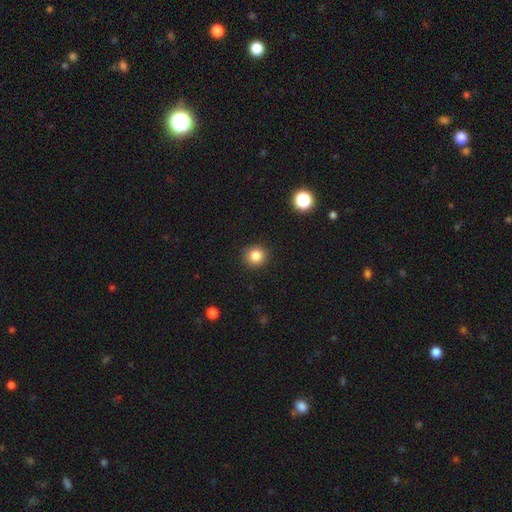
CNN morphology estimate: This is clearly a smooth galaxy (84%). How rounded: clearly round (93%). Merging: clearly none (91%).